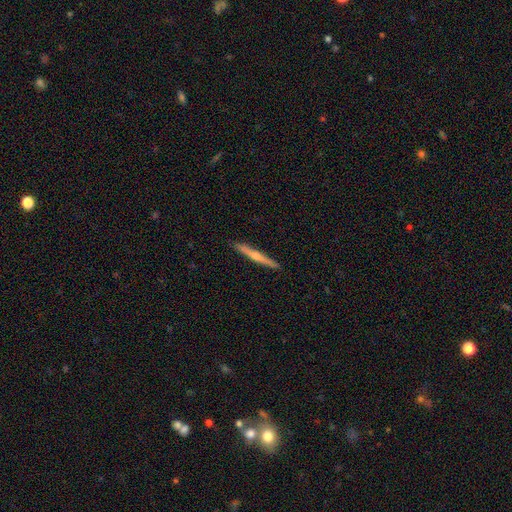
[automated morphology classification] featured or disk 69%, smooth 24%, star or artifact 7%. Down the decision tree: edge-on disk — yes (97%); edge-on bulge — rounded (81%); merging — none (91%).